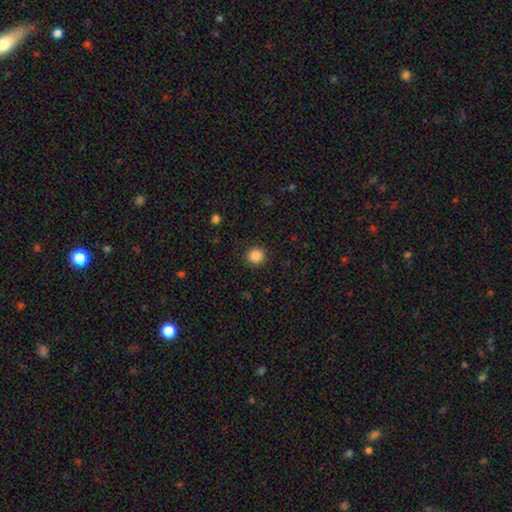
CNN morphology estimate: smooth 86%, star or artifact 11%, featured or disk 4%. Down the decision tree: how rounded — round (93%); merging — none (91%).